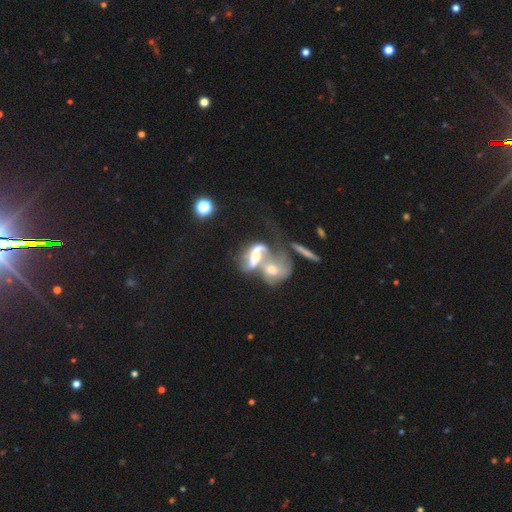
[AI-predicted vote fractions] A featured or disk galaxy (67%) with no bar (42%), spiral arms (75%) and a moderate central bulge (55%). Merging: merger (74%).